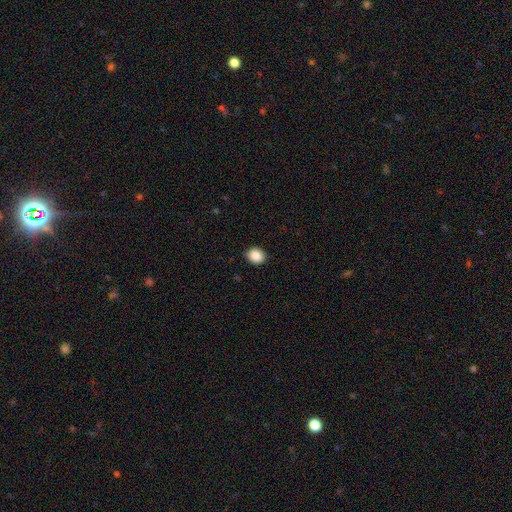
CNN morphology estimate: A smooth galaxy with no disk features (88%) that is round (59%).

Vote fractions:
- Smooth or featured? smooth: 88% / star or artifact: 8% / featured or disk: 3%
- How rounded? round: 59% / in between: 41% / cigar-shaped: 1%
- Merging? none: 90% / minor disturbance: 8% / major disturbance: 2% / merger: 1%